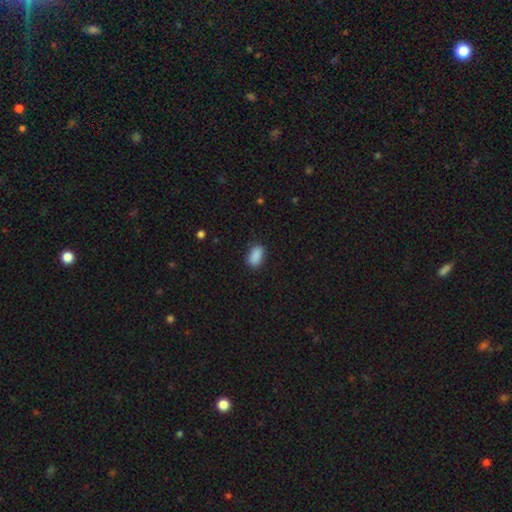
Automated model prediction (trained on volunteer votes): smooth-or-featured: smooth: 89% | star or artifact: 8% | featured or disk: 3%
  how-rounded: in between: 91% | round: 6% | cigar-shaped: 3%
  merging: none: 84% | minor disturbance: 12% | major disturbance: 3% | merger: 1%